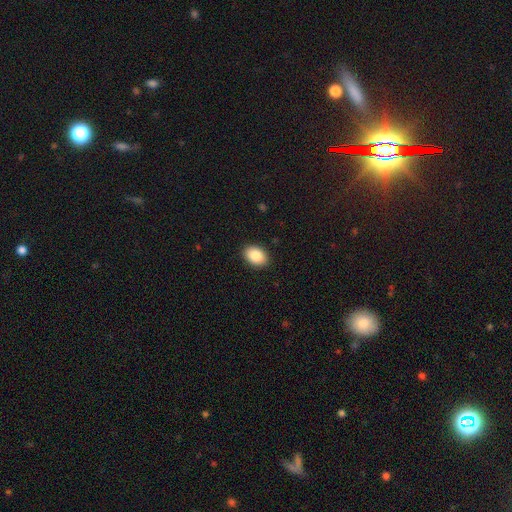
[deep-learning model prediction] smooth-or-featured: smooth: 87% | star or artifact: 7% | featured or disk: 6%
  how-rounded: in between: 83% | round: 16% | cigar-shaped: 1%
  merging: none: 90% | minor disturbance: 7% | major disturbance: 2% | merger: 1%